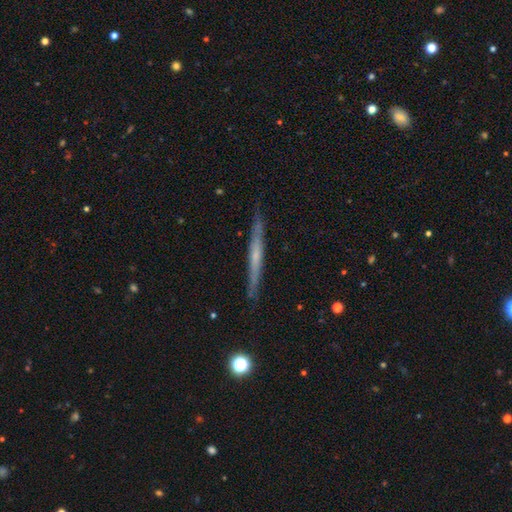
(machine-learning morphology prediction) The model was most divided on "smooth or featured": featured or disk: 61%, smooth: 33%, star or artifact: 6%. More confident: edge-on disk — yes (96%); merging — none (88%); edge-on bulge — none (67%).